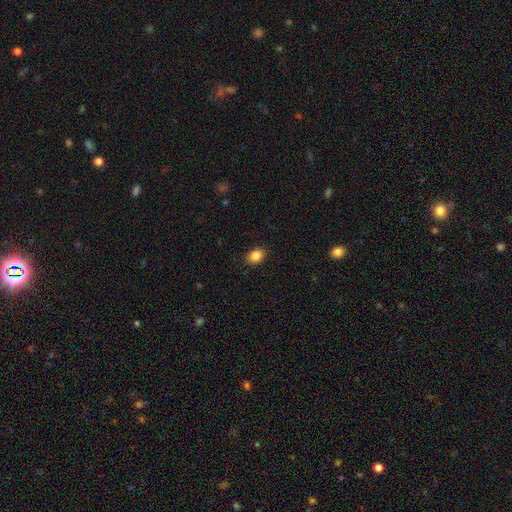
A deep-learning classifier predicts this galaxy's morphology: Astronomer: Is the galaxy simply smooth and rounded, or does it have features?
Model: smooth — 87%.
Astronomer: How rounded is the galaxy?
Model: in between — 70%.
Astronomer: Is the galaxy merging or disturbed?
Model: none — 89%.